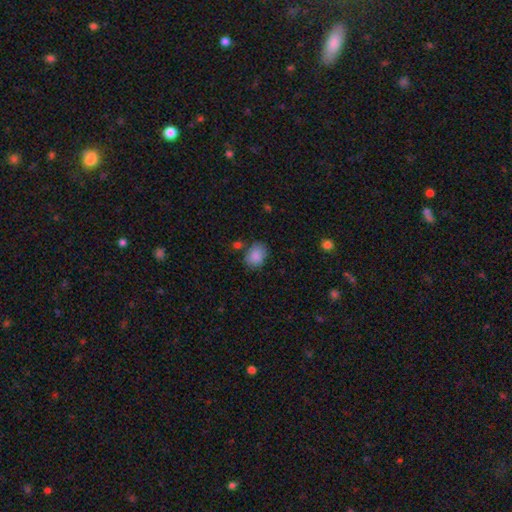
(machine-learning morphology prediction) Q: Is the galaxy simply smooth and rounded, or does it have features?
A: smooth — 87%.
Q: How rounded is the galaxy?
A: in between — 63%.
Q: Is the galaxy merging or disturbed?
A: none — 69%.